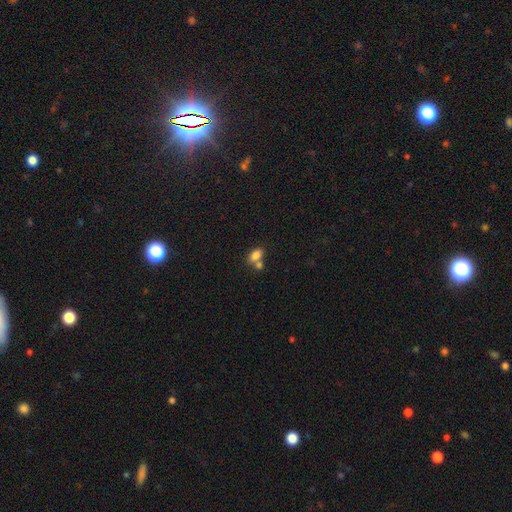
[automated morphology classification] smooth_or_featured: smooth (p=0.82) [alt: star or artifact p=0.10]
how_rounded: in between (p=0.86) [alt: round p=0.11]
merging: merger (p=0.43) [tied with: none p=0.43]